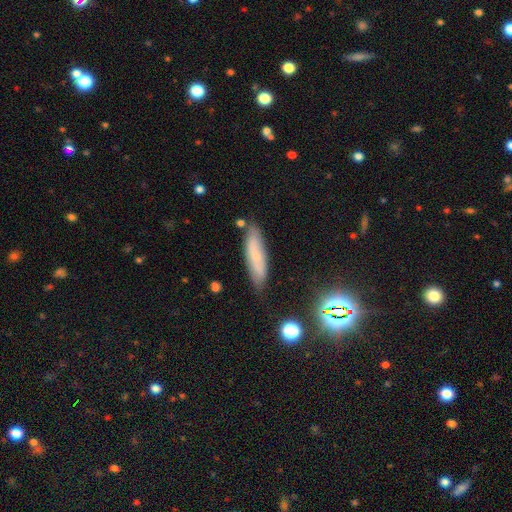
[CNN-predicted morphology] smooth 61%, featured or disk 27%, star or artifact 12%. Down the decision tree: how rounded — cigar-shaped (72%); merging — none (79%).